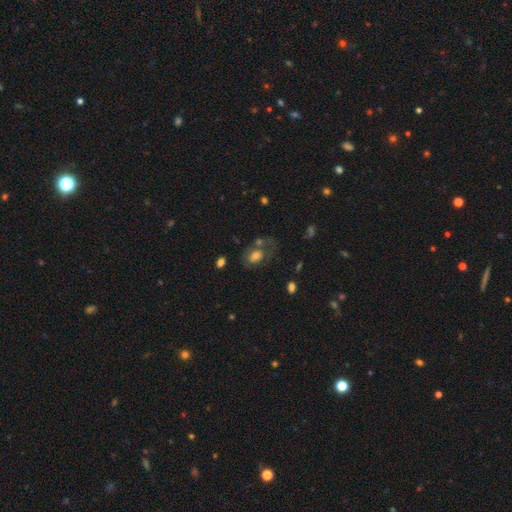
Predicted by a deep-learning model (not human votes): Q: Smooth or featured?
A: smooth (58%); runner-up: featured or disk (31%)
Q: How rounded?
A: in between (80%); runner-up: round (19%)
Q: Merging?
A: none (42%); runner-up: major disturbance (22%)